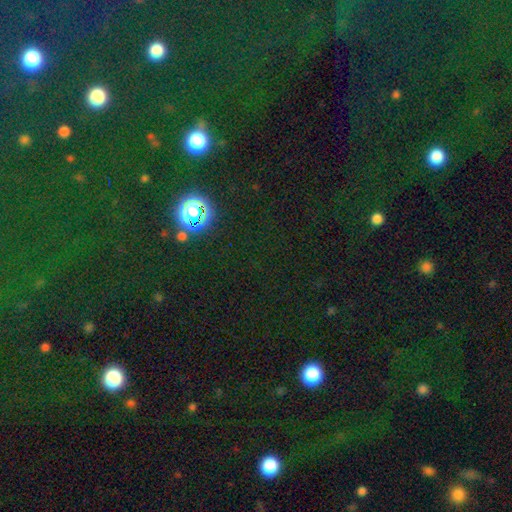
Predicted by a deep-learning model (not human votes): Smooth or featured?
  - star or artifact: 70% *
  - smooth: 22%
  - featured or disk: 8%